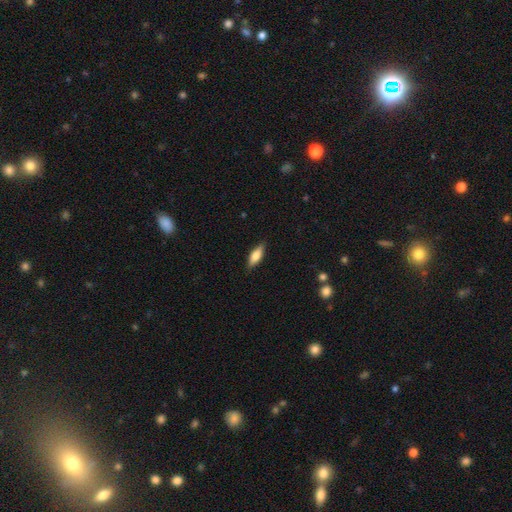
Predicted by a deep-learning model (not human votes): Smooth or featured? smooth (74%)
How rounded? in between (67%)
Merging? none (86%)